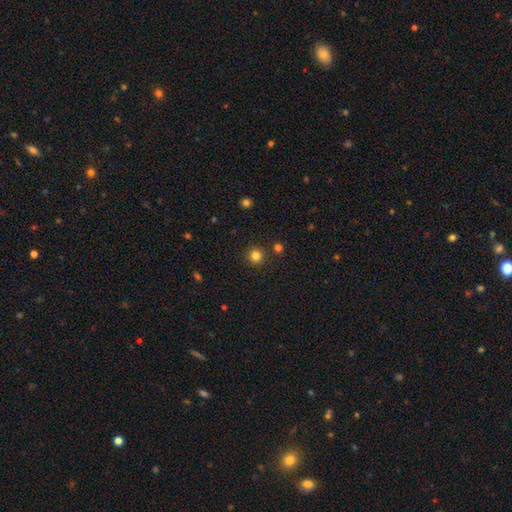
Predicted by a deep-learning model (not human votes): smooth 81%, star or artifact 14%, featured or disk 5%. Down the decision tree: how rounded — round (94%); merging — none (88%).